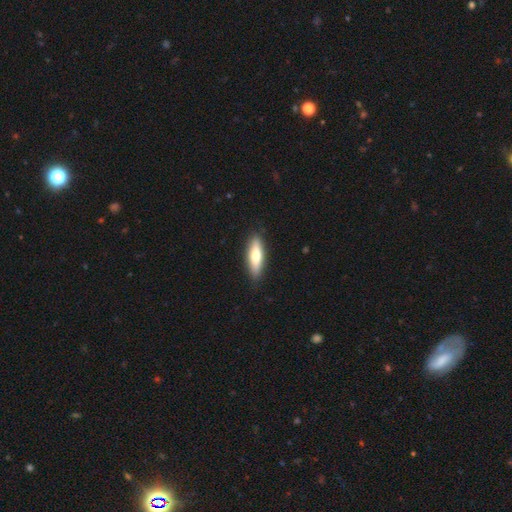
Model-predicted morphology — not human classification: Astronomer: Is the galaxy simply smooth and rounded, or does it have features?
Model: smooth — 61%.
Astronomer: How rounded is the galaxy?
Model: cigar-shaped — 55% (runner-up: in between, 43%).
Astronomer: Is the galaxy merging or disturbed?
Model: none — 88%.